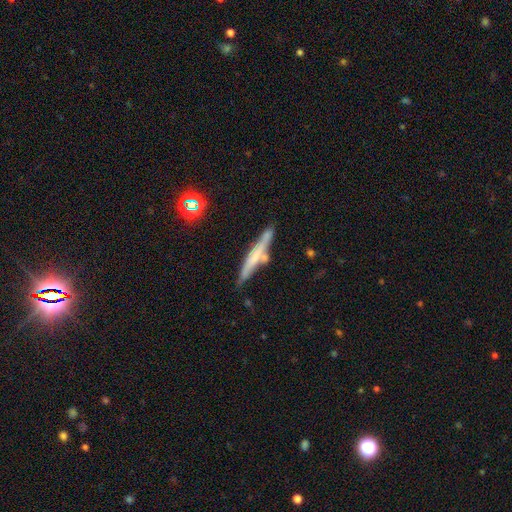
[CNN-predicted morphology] Smooth or featured?
  - featured or disk: 48% *
  - smooth: 43%
  - star or artifact: 8%
Merging?
  - none: 71% *
  - minor disturbance: 16%
  - merger: 10%
  - major disturbance: 4%